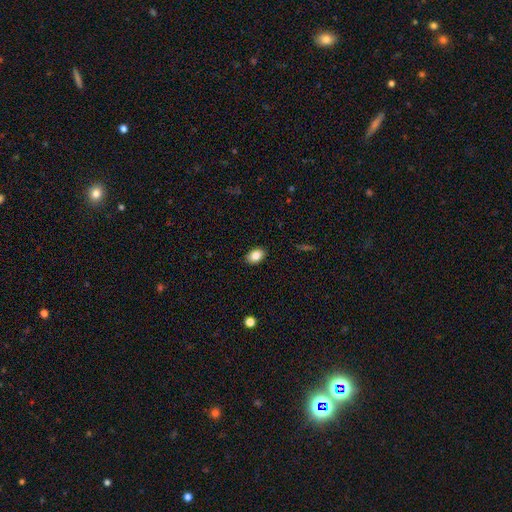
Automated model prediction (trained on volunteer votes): A smooth galaxy with no disk features (84%) that is in between round and cigar-shaped (79%).

Vote fractions:
- Smooth or featured? smooth: 84% / star or artifact: 9% / featured or disk: 7%
- How rounded? in between: 79% / round: 20% / cigar-shaped: 1%
- Merging? none: 89% / minor disturbance: 9% / major disturbance: 2% / merger: 1%